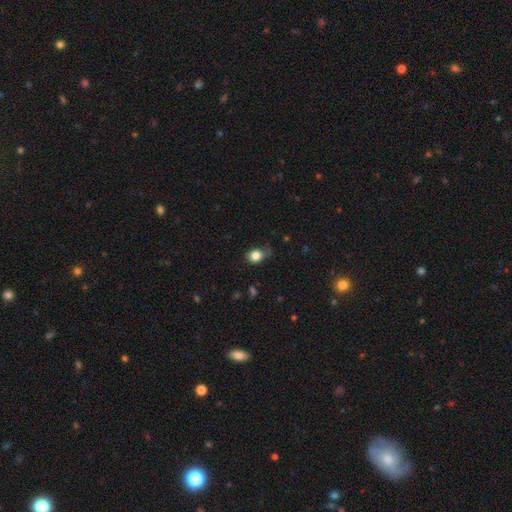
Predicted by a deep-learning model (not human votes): Smooth or featured? smooth (82%)
How rounded? round (51%)
Merging? none (60%)